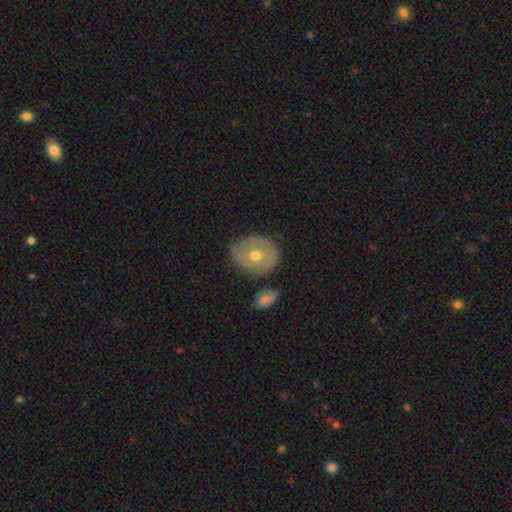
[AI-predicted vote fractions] smooth-or-featured: featured or disk: 55% | smooth: 38% | star or artifact: 7%
  disk-edge-on: no: 95% | yes: 5%
    bar: no: 76% | weak: 19% | strong: 5%
    has-spiral-arms: no: 54% | yes: 46%
    bulge-size: moderate: 68% | small: 28% | large: 2% | none: 1% | dominant: 1%
  merging: none: 72% | minor disturbance: 18% | merger: 5% | major disturbance: 5%